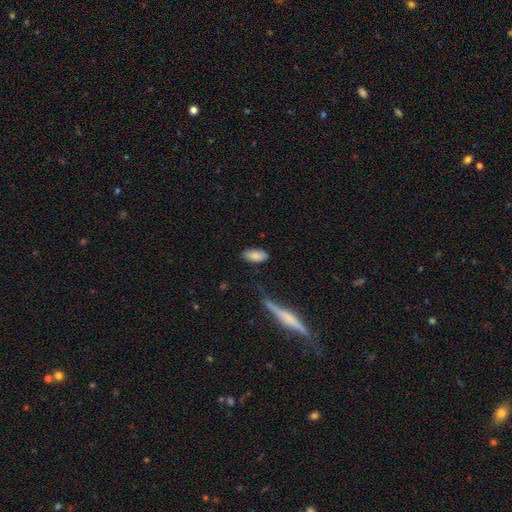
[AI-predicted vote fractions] Smooth or featured? Predicted: smooth (p=0.85). How rounded? Predicted: in between (p=0.93). Merging? Predicted: none (p=0.76).